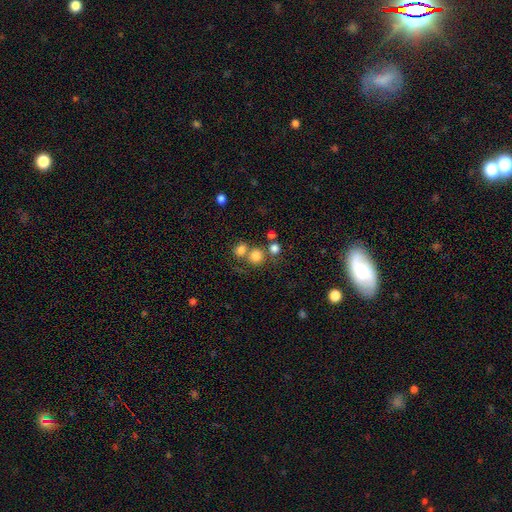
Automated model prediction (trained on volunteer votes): smooth_or_featured: smooth (p=0.77) [alt: star or artifact p=0.14]
how_rounded: round (p=0.86) [alt: in between p=0.13]
merging: none (p=0.53) [alt: merger p=0.34]